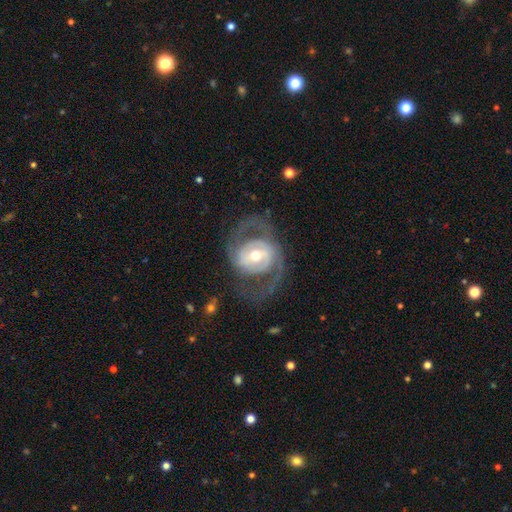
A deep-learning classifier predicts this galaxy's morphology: type=featured or disk (84%); edge-on=no (96%); bar=weak (39%); spiral arms=yes (84%); winding=medium (49%); arm count=2 (85%); bulge=moderate (68%); merging=none (66%).